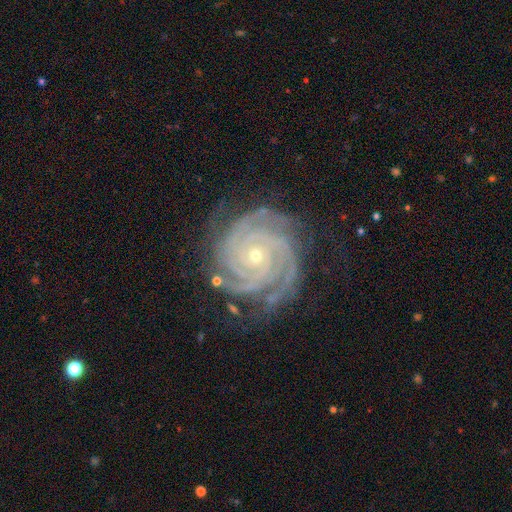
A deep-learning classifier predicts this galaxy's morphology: featured or disk 92%, star or artifact 5%, smooth 3%. Down the decision tree: edge-on disk — no (98%); bar — no (74%); spiral arms — yes (99%); spiral arm count — 4 (37%); spiral winding — tight (84%); bulge size — small (72%); merging — none (77%).